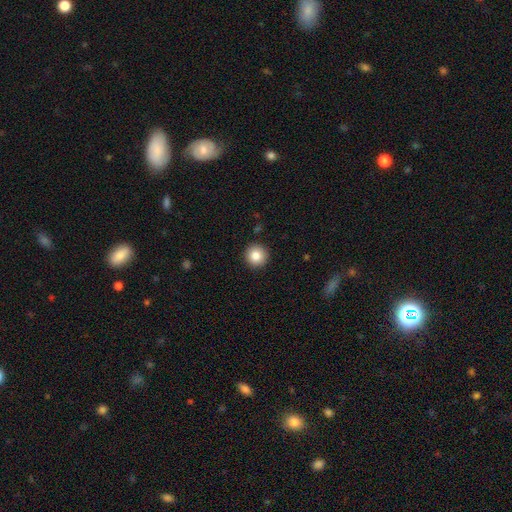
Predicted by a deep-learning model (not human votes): This appears to be a smooth galaxy with no disk features (85%) that is round (95%). Merging: none (92%).